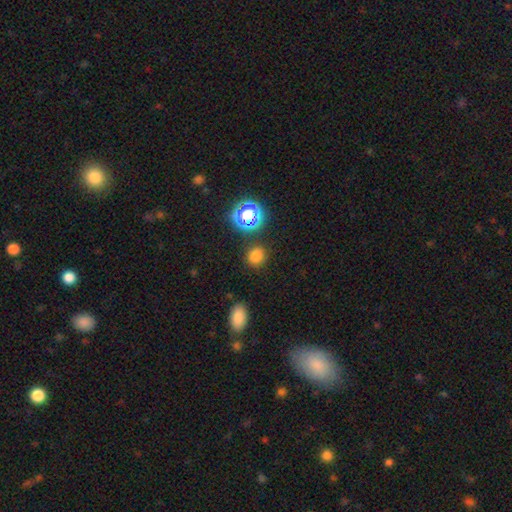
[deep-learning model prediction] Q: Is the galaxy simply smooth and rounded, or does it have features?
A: smooth — 76%.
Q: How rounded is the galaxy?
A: round — 72%.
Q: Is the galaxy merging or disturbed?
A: none — 85%.